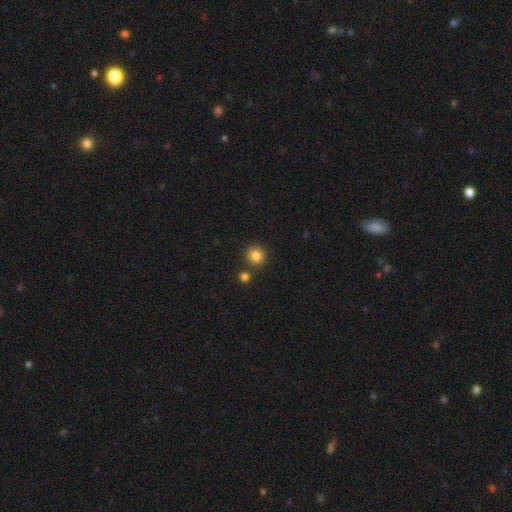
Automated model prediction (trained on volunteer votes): smooth-or-featured: smooth: 84% | star or artifact: 11% | featured or disk: 5%
  how-rounded: round: 91% | in between: 8% | cigar-shaped: 1%
  merging: none: 82% | merger: 8% | minor disturbance: 7% | major disturbance: 2%